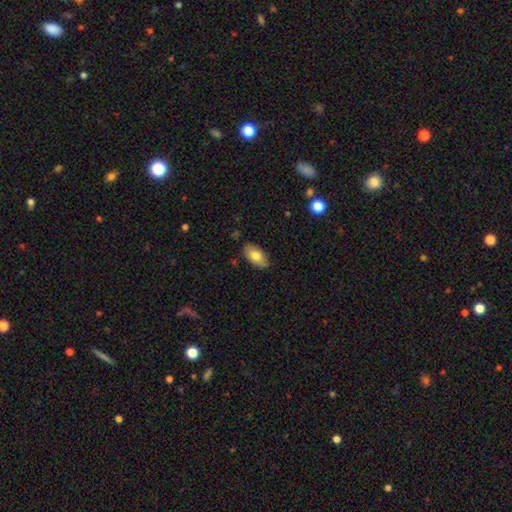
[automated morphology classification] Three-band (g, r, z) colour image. It shows a smooth galaxy with no disk features (74%) that is in between round and cigar-shaped (93%). Merging: none (84%).